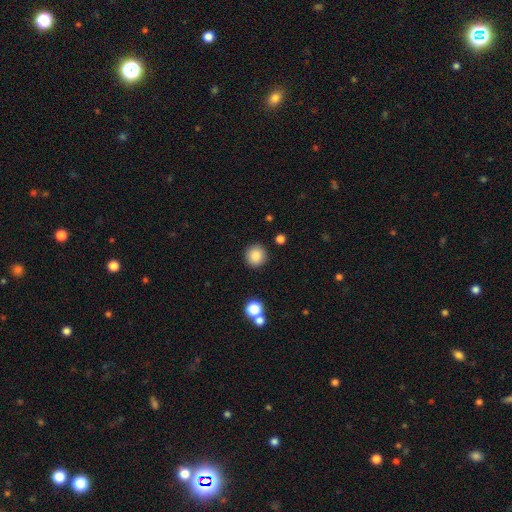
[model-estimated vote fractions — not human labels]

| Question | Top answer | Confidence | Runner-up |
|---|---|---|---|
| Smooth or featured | smooth | 86% | star or artifact (10%) |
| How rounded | round | 92% | in between (7%) |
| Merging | none | 90% | minor disturbance (6%) |